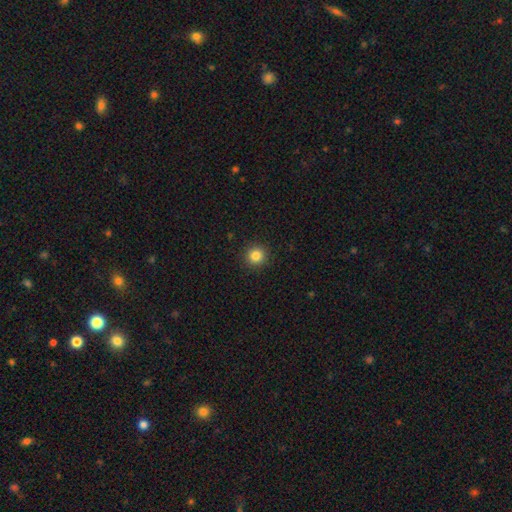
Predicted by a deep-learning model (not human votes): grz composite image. It shows a smooth galaxy with no disk features (84%) that is round (95%). Merging: none (93%).